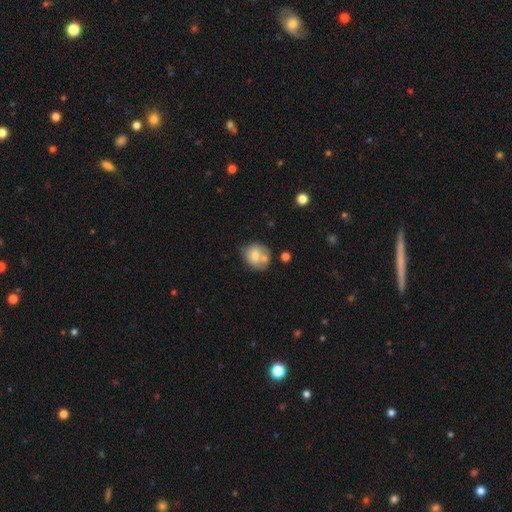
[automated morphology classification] The model was most divided on "merging": none: 47%, merger: 31%, minor disturbance: 17%, major disturbance: 5%. More confident: how rounded — round (72%); smooth or featured — smooth (69%).